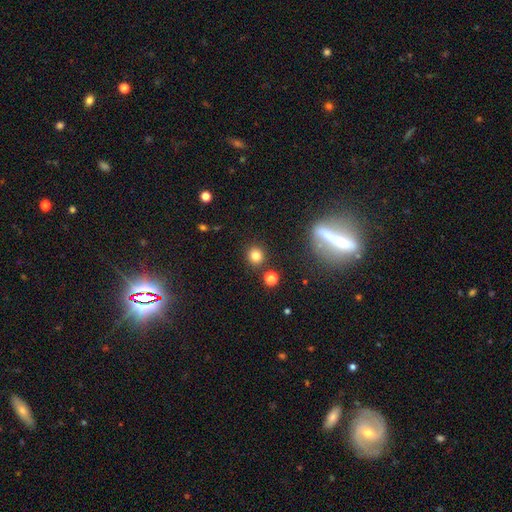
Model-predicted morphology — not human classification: smooth 80%, star or artifact 14%, featured or disk 6%. Down the decision tree: how rounded — round (90%); merging — none (86%).